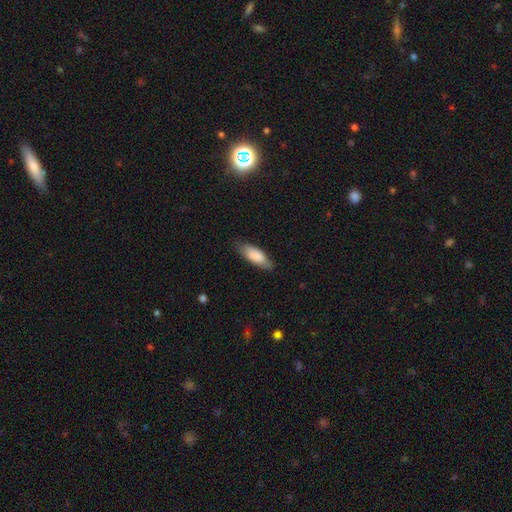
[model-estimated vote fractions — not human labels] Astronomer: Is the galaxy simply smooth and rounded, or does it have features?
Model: smooth — 83%.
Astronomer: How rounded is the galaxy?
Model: in between — 67%.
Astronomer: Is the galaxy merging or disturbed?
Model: none — 78%.